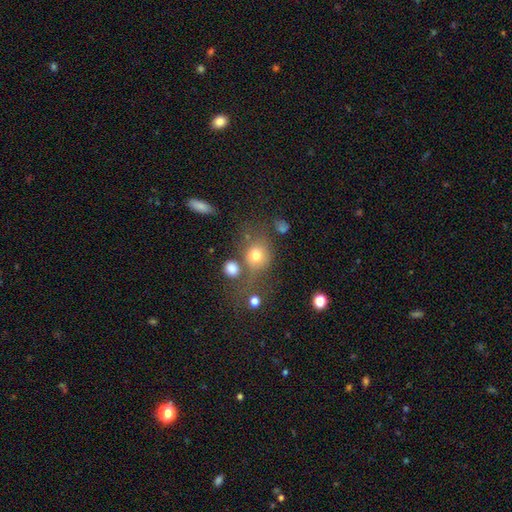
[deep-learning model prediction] This appears to be a smooth galaxy with no disk features (71%) that is round (69%). Merging: none (50%).